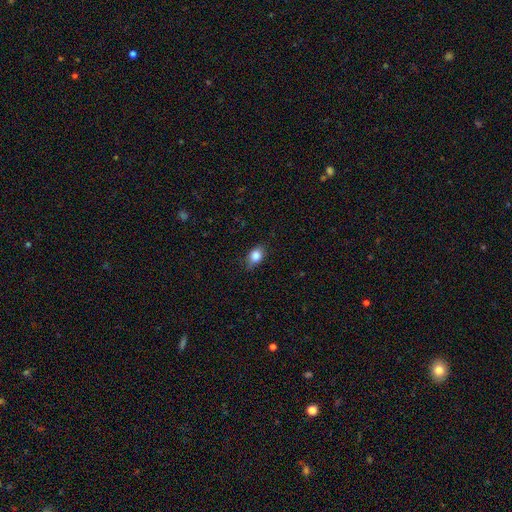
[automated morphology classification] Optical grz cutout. It shows a smooth galaxy with no disk features (84%) that is in between round and cigar-shaped (72%). Merging: none (75%).